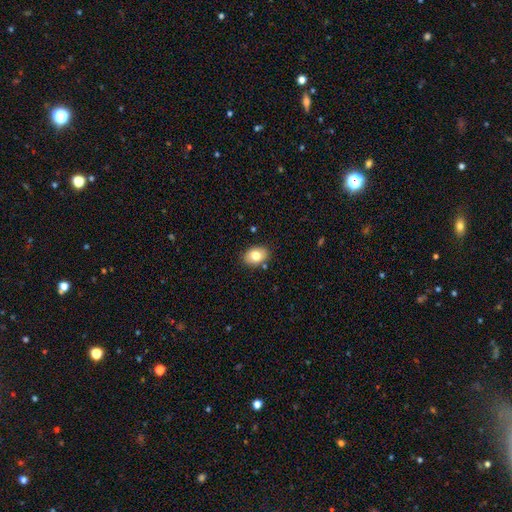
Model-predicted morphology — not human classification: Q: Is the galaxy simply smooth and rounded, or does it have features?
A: smooth — 78%.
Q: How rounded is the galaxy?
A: in between — 74%.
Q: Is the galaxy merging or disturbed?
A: none — 86%.